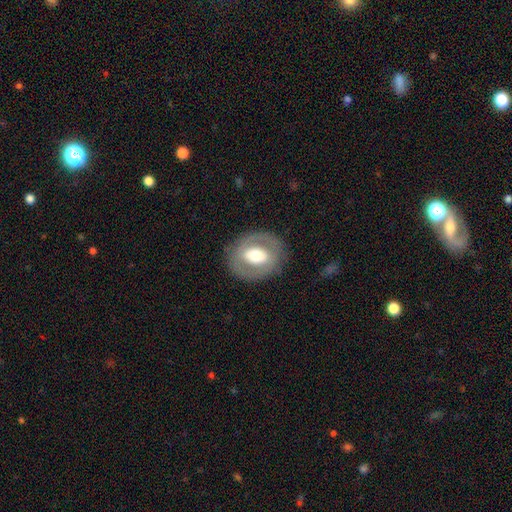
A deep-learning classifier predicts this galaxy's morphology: Overall: featured or disk (53%; smooth 40%). Edge-on disk: no (94%). Merging: none (82%).